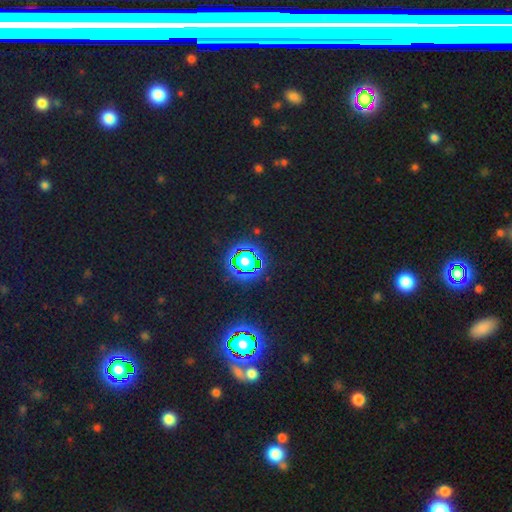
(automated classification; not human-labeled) Morphology: type=star or artifact (80%).